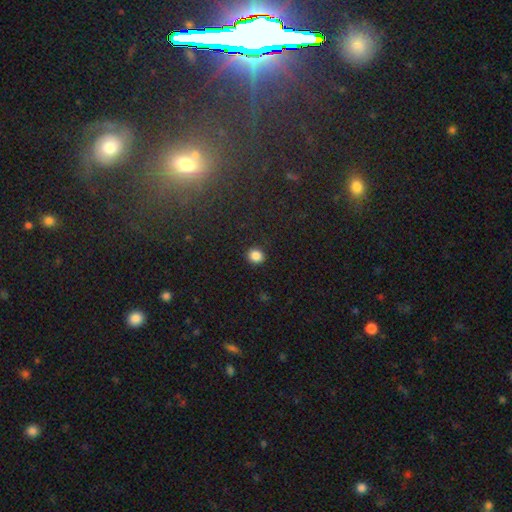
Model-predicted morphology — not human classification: smooth 85%, star or artifact 11%, featured or disk 4%. Down the decision tree: how rounded — round (76%); merging — none (91%).